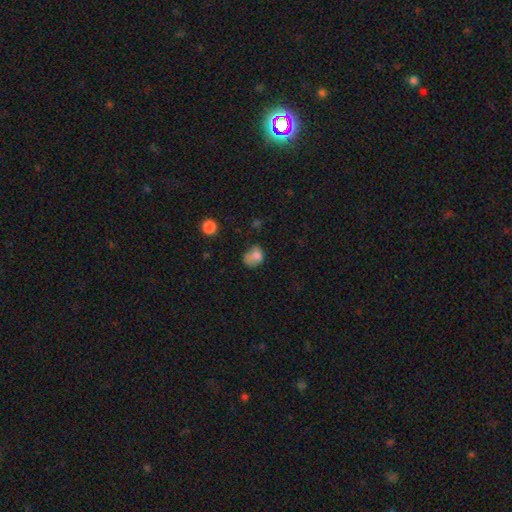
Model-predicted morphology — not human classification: smooth-or-featured: smooth: 75% | featured or disk: 14% | star or artifact: 11%
  how-rounded: in between: 55% | round: 44% | cigar-shaped: 1%
  merging: minor disturbance: 34% | none: 32% | major disturbance: 26% | merger: 9%